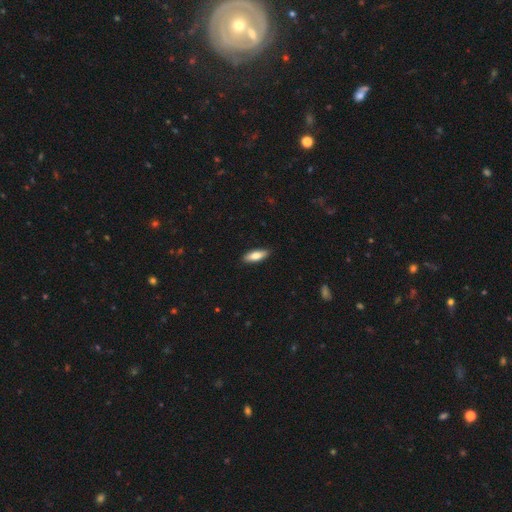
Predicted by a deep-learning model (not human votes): The model was most divided on "how rounded": in between: 58%, cigar-shaped: 40%, round: 2%. More confident: merging — none (88%); smooth or featured — smooth (78%).